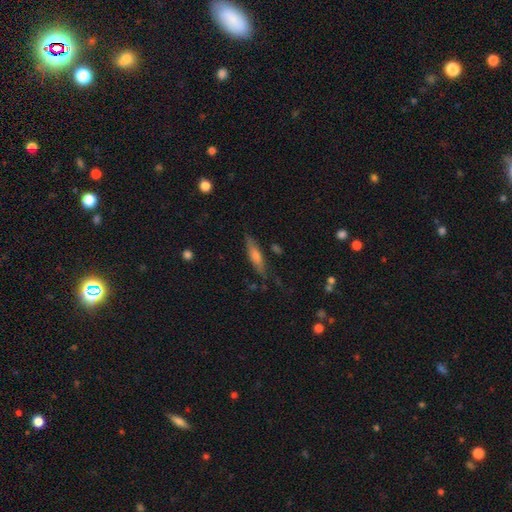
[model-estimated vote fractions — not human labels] A smooth galaxy with no disk features (51%) that is cigar-shaped (79%).

Vote fractions:
- Smooth or featured? smooth: 51% / featured or disk: 42% / star or artifact: 8%
- How rounded? cigar-shaped: 79% / in between: 19% / round: 2%
- Merging? none: 77% / minor disturbance: 16% / major disturbance: 5% / merger: 2%